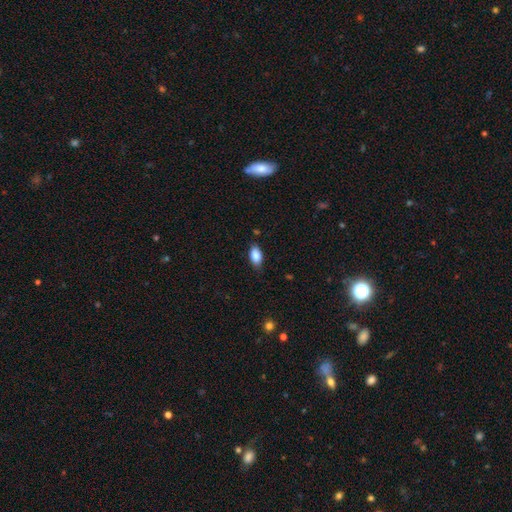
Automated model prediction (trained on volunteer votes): A smooth galaxy with no disk features (85%) that is in between round and cigar-shaped (90%). Merging: none (82%).